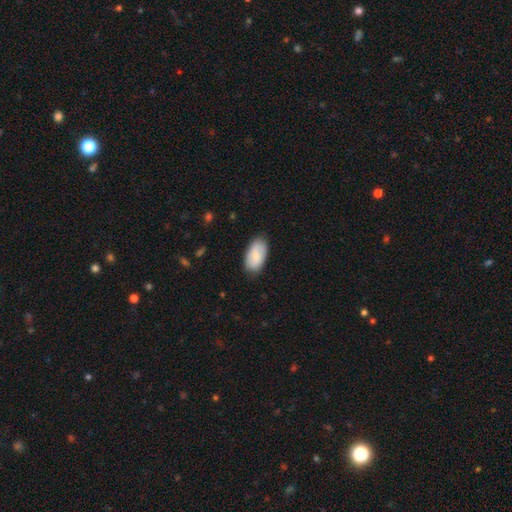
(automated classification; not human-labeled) Smooth or featured? Predicted: smooth (p=0.75). How rounded? Predicted: in between (p=0.95). Merging? Predicted: none (p=0.82).